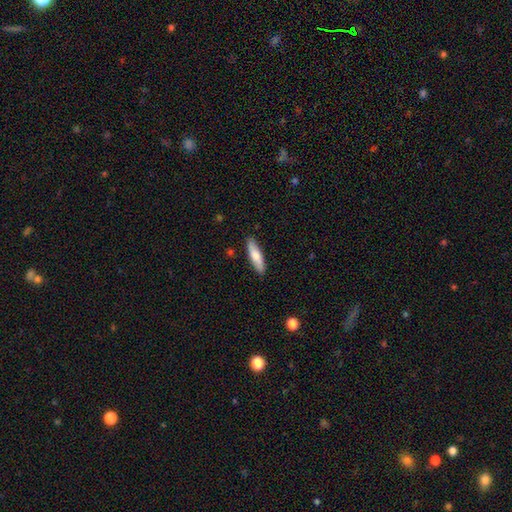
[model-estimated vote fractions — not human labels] Q: Smooth or featured?
A: smooth (71%); runner-up: featured or disk (24%)
Q: How rounded?
A: cigar-shaped (70%); runner-up: in between (28%)
Q: Merging?
A: none (88%); runner-up: minor disturbance (9%)